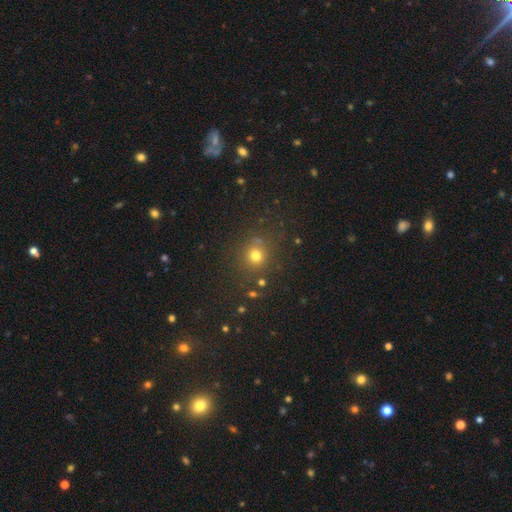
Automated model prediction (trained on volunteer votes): smooth_or_featured: smooth (p=0.71) [alt: star or artifact p=0.21]
how_rounded: round (p=0.86) [alt: in between p=0.13]
merging: none (p=0.79) [alt: minor disturbance p=0.11]